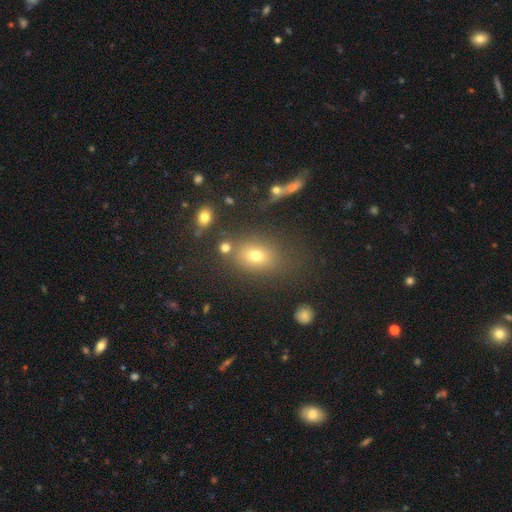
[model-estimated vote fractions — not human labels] Smooth or featured? Predicted: smooth (p=0.69). How rounded? Predicted: in between (p=0.69). Merging? Predicted: none (p=0.69).